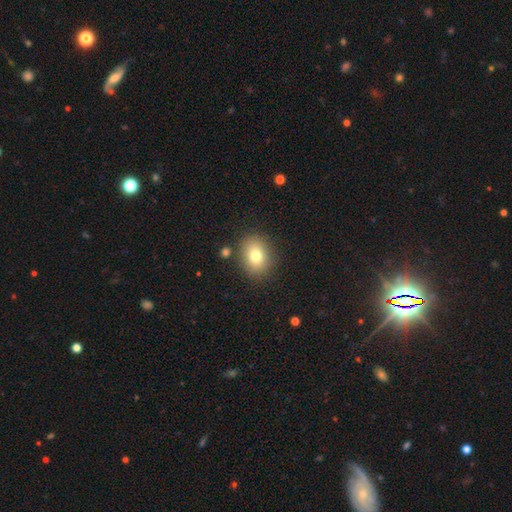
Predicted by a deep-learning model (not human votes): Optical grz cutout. It shows a smooth galaxy with no disk features (77%) that is in between round and cigar-shaped (51%). Merging: none (84%).